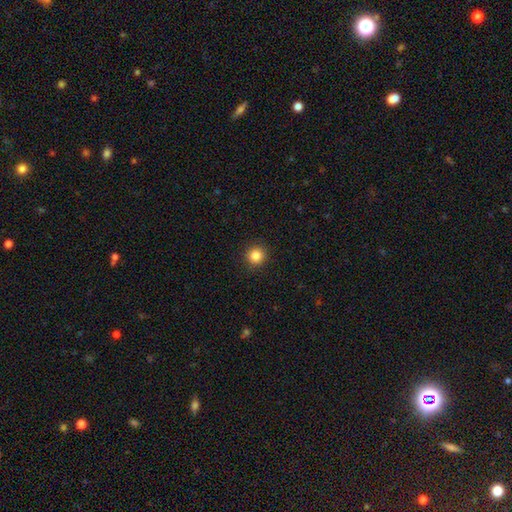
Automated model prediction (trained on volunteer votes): The model was most divided on "smooth or featured": smooth: 85%, star or artifact: 11%, featured or disk: 4%. More confident: how rounded — round (95%); merging — none (92%).